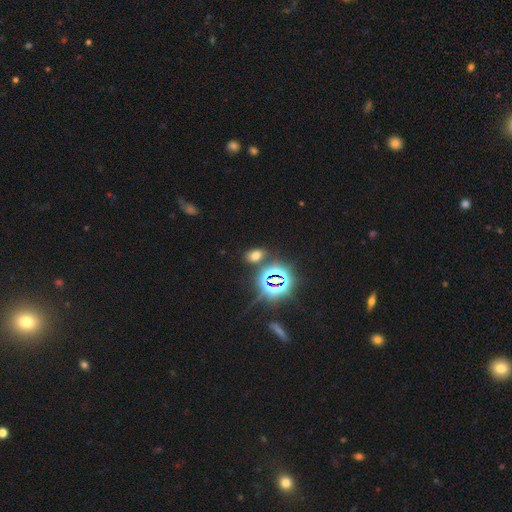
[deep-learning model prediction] Overall: smooth (53%; star or artifact 39%). How rounded: in between (84%). Merging: none (81%).